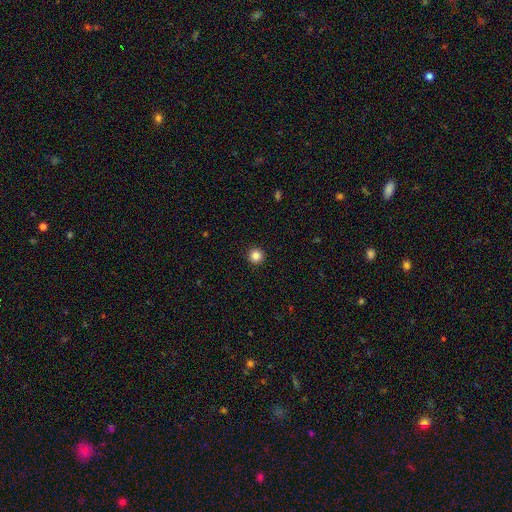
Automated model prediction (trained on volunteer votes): smooth 85%, star or artifact 11%, featured or disk 4%. Down the decision tree: how rounded — round (96%); merging — none (94%).